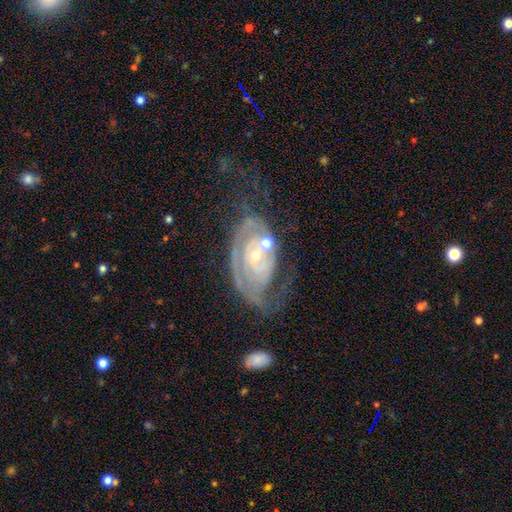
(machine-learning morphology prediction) smooth_or_featured: featured or disk (p=0.85) [alt: smooth p=0.08]
disk_edge_on: no (p=0.96) [alt: yes p=0.04]
bar: no (p=0.68) [alt: weak p=0.24]
has_spiral_arms: yes (p=0.91) [alt: no p=0.09]
spiral_winding: tight (p=0.70) [alt: medium p=0.23]
spiral_arm_count: 2 (p=0.41) [alt: can't tell p=0.31]
bulge_size: small (p=0.73) [alt: moderate p=0.21]
merging: none (p=0.42) [alt: major disturbance p=0.25]